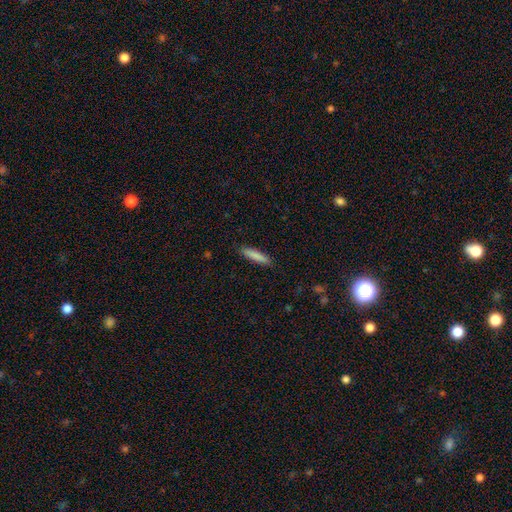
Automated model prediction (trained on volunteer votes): This is clearly a smooth galaxy (84%). How rounded: clearly cigar-shaped (86%). Merging: clearly none (89%).